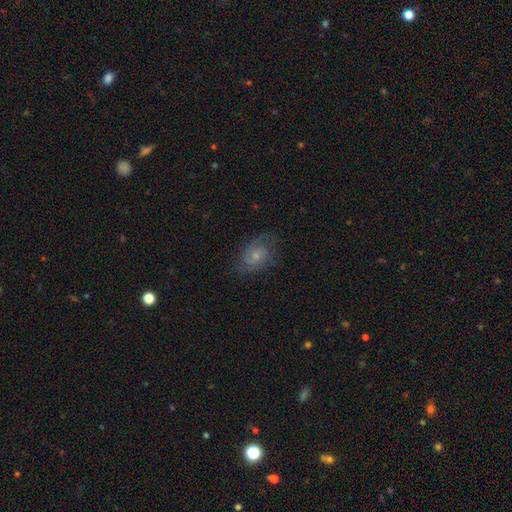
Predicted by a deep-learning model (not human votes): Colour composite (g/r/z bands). It shows a featured or disk galaxy (70%) with no bar (70%), 2 (68%) medium (47%) spiral arms (92%) and a small central bulge (59%). Merging: none (71%).